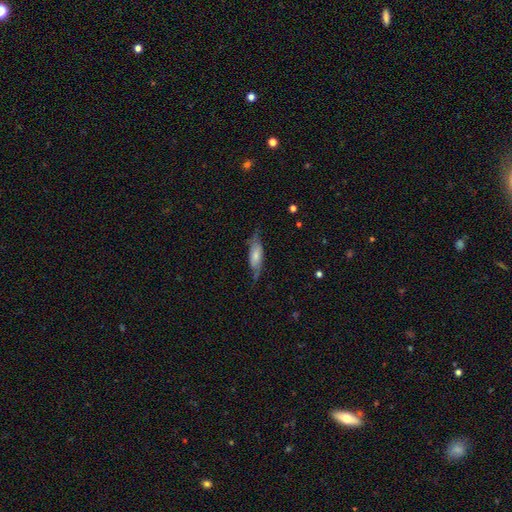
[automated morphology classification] This appears to be a smooth galaxy with no disk features (51%) that is in between round and cigar-shaped (64%). Merging: none (55%).